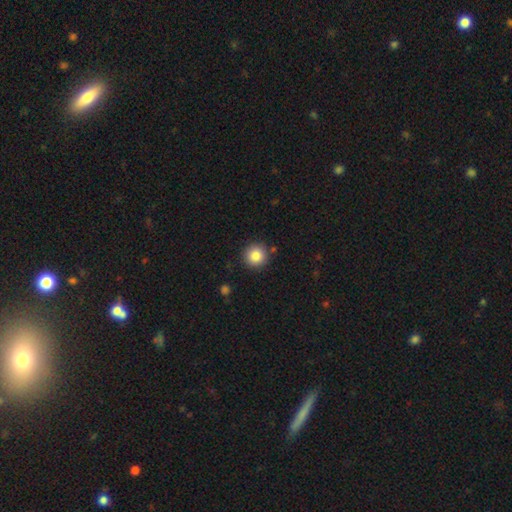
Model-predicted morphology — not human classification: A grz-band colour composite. It shows a smooth galaxy with no disk features (85%) that is round (95%). Merging: none (89%).